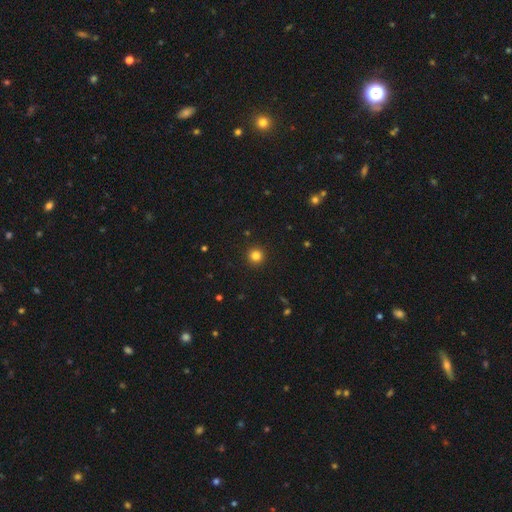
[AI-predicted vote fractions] Morphology: type=smooth (83%); roundness=round (96%); merging=none (93%).